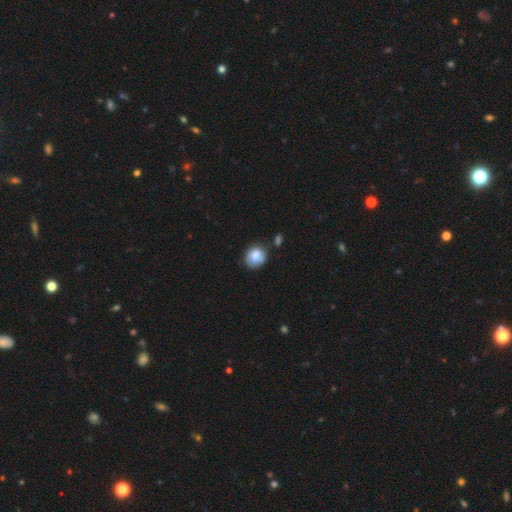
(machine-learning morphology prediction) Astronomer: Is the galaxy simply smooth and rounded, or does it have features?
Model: smooth — 79%.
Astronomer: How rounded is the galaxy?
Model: round — 69%.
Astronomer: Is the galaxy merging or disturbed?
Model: none — 59%.